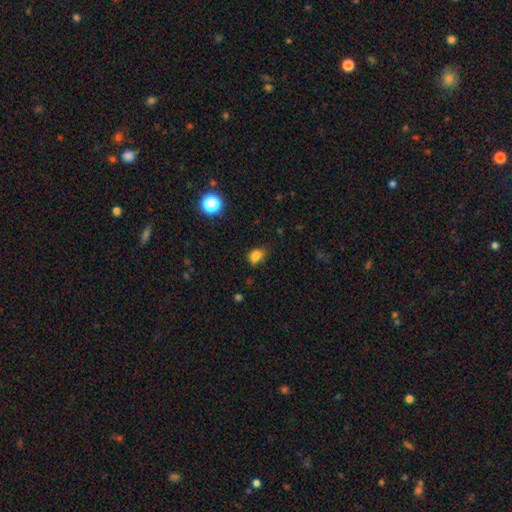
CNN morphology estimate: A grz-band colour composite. It shows a smooth galaxy with no disk features (80%) that is in between round and cigar-shaped (67%). Merging: none (55%).